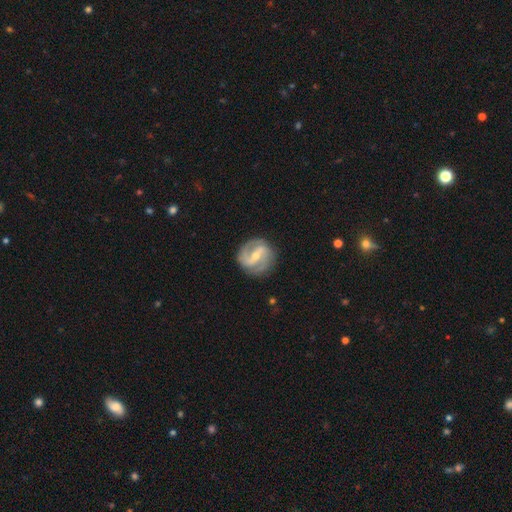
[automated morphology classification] Smooth or featured? featured or disk (86%)
Edge-on disk? no (97%)
Bar? strong (45%)
Spiral arms? yes (95%)
Spiral winding? medium (48%)
Spiral arm count? 2 (77%)
Bulge size? small (55%)
Merging? none (83%)